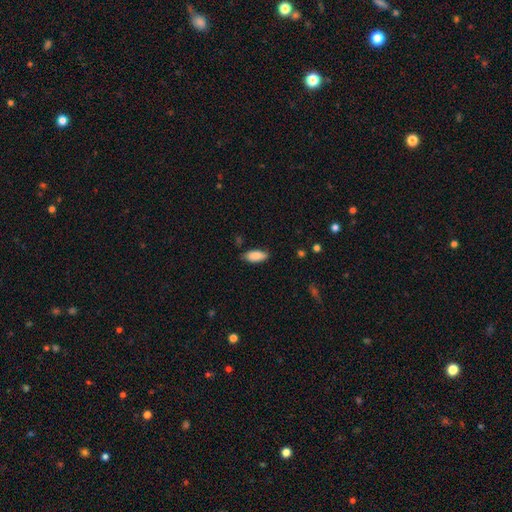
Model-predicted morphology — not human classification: This is clearly a smooth galaxy (87%). How rounded: clearly in between (84%). Merging: clearly none (81%).